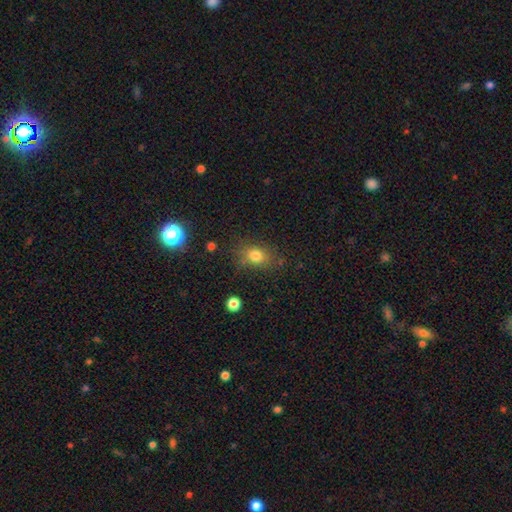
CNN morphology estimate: Smooth or featured?
  - smooth: 79% *
  - star or artifact: 13%
  - featured or disk: 9%
How rounded?
  - in between: 63% *
  - round: 35%
  - cigar-shaped: 2%
Merging?
  - none: 76% *
  - minor disturbance: 16%
  - major disturbance: 6%
  - merger: 3%